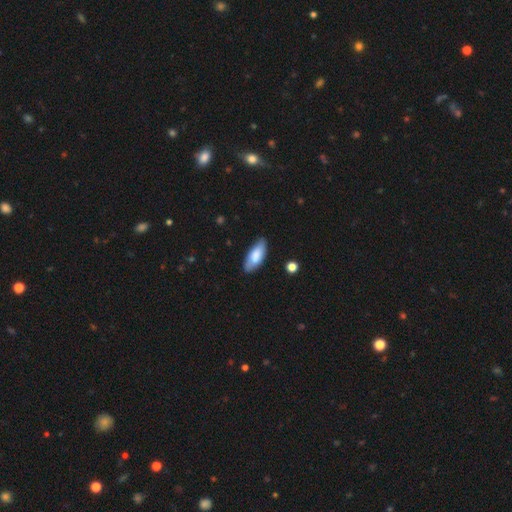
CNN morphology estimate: smooth 79%, featured or disk 16%, star or artifact 6%. Down the decision tree: how rounded — in between (80%); merging — none (82%).